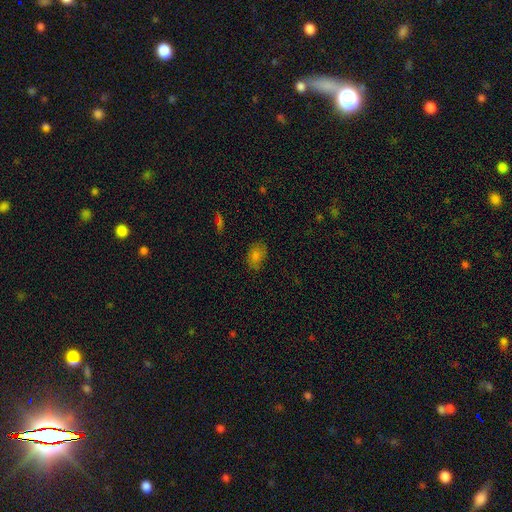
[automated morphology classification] This appears to be a smooth galaxy with no disk features (76%) that is in between round and cigar-shaped (82%). Merging: none (78%).